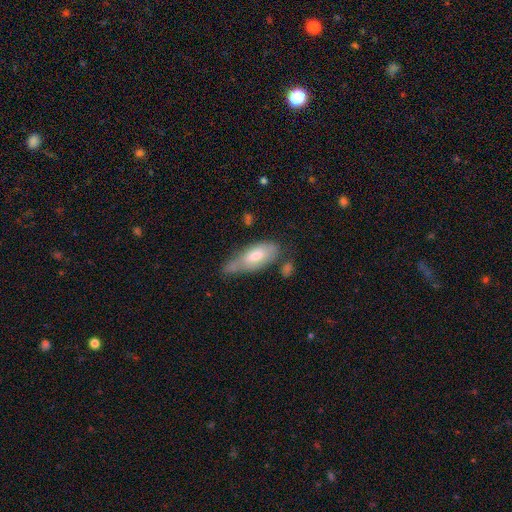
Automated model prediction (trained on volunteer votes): Smooth or featured?
  - smooth: 66% *
  - featured or disk: 28%
  - star or artifact: 6%
How rounded?
  - in between: 77% *
  - cigar-shaped: 21%
  - round: 2%
Merging?
  - none: 39% *
  - minor disturbance: 34%
  - merger: 14%
  - major disturbance: 12%